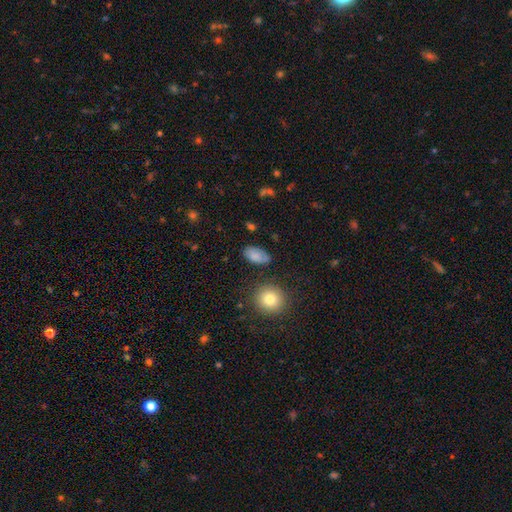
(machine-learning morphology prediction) Q: Smooth or featured?
A: smooth (82%); runner-up: featured or disk (9%)
Q: How rounded?
A: in between (92%); runner-up: round (6%)
Q: Merging?
A: none (76%); runner-up: minor disturbance (17%)